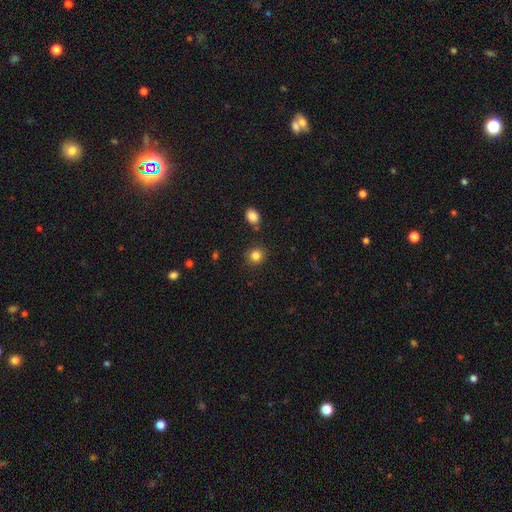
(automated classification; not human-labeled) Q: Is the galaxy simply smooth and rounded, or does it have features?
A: smooth — 84%.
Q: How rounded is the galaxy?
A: round — 86%.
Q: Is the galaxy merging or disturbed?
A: none — 85%.